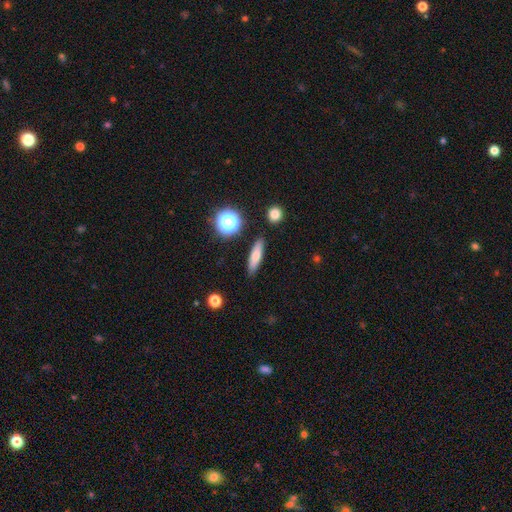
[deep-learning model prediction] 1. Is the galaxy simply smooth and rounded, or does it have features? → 68% smooth, 23% featured or disk, 10% star or artifact.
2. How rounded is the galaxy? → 67% cigar-shaped, 26% in between, 7% round.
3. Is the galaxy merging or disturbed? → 88% none, 8% minor disturbance, 2% merger, 2% major disturbance.